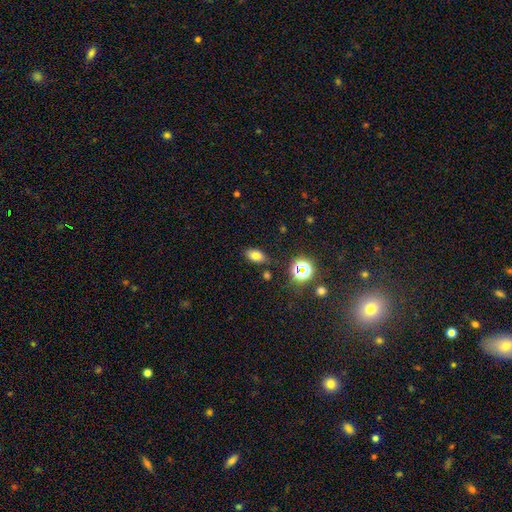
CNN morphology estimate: smooth_or_featured: smooth (p=0.75) [alt: star or artifact p=0.17]
how_rounded: in between (p=0.86) [alt: round p=0.11]
merging: none (p=0.82) [alt: minor disturbance p=0.12]